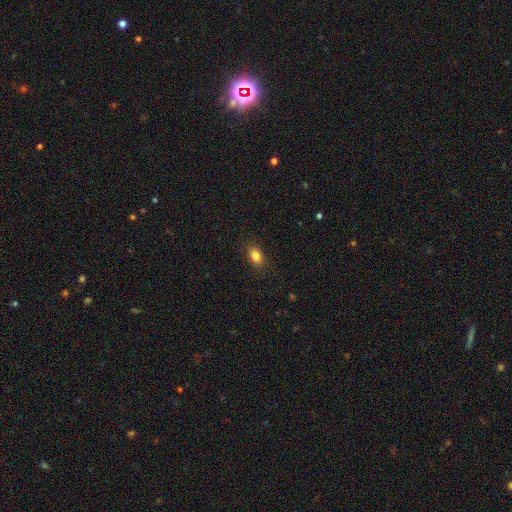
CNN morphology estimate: smooth 84%, star or artifact 9%, featured or disk 6%. Down the decision tree: how rounded — in between (83%); merging — none (87%).